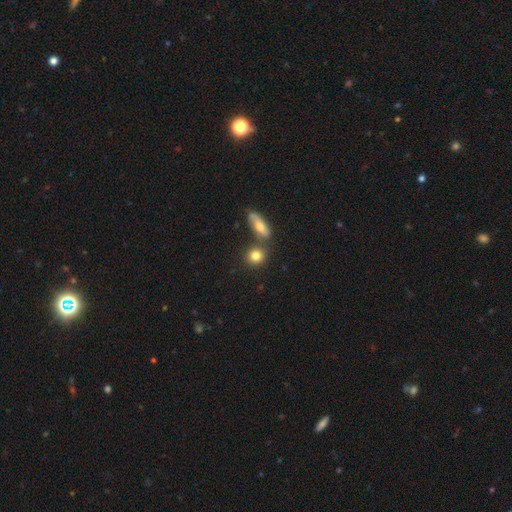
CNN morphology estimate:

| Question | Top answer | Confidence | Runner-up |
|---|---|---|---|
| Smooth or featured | smooth | 80% | featured or disk (10%) |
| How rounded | round | 77% | in between (19%) |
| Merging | none | 68% | merger (19%) |